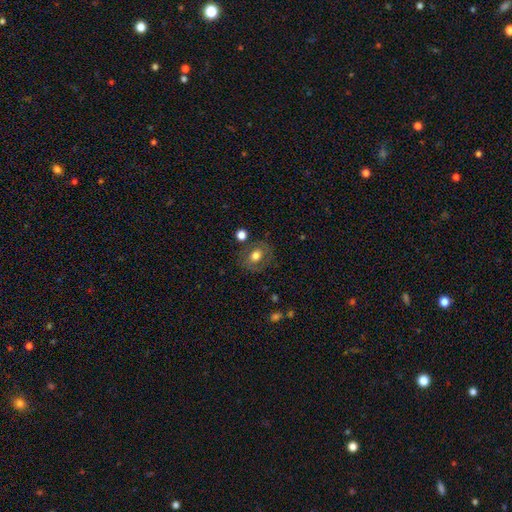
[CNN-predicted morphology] smooth-or-featured: smooth: 66% | featured or disk: 24% | star or artifact: 10%
  how-rounded: round: 60% | in between: 39% | cigar-shaped: 1%
  merging: none: 77% | minor disturbance: 13% | major disturbance: 6% | merger: 4%